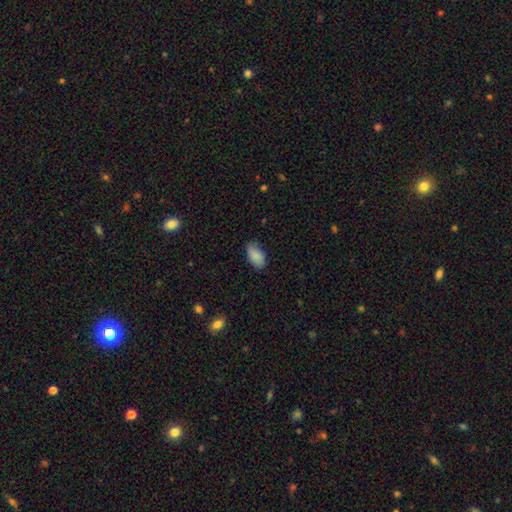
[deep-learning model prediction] This is clearly a smooth galaxy (87%). How rounded: clearly in between (94%). Merging: likely none (77%).